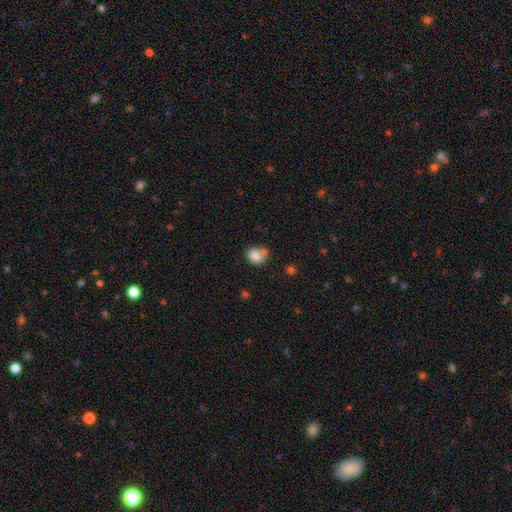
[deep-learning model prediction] This is clearly a smooth galaxy (83%). How rounded: likely round (64%). Merging: possibly none (53%).